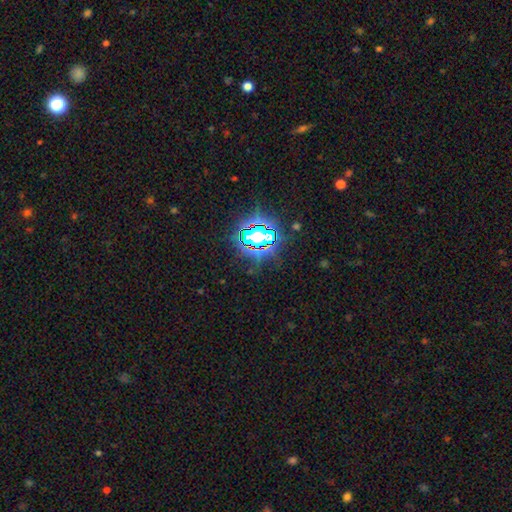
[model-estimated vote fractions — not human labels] The model was most divided on "smooth or featured": star or artifact: 82%, smooth: 11%, featured or disk: 7%.